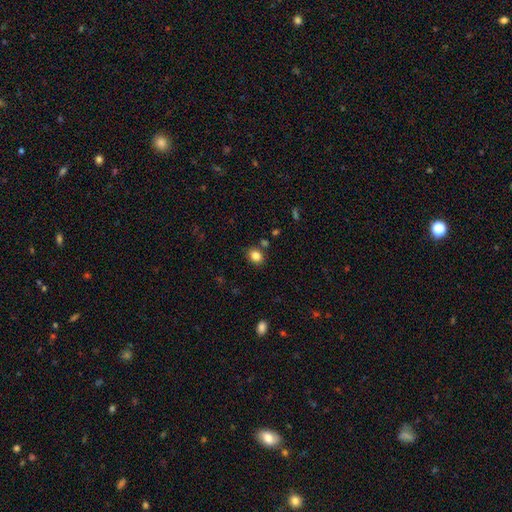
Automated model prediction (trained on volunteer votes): Smooth or featured? smooth (84%)
How rounded? round (55%)
Merging? none (81%)